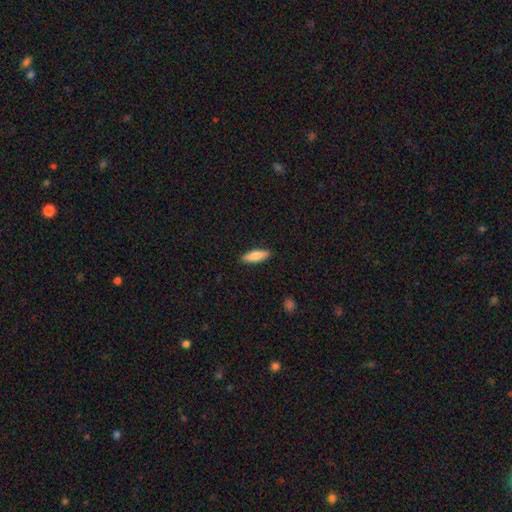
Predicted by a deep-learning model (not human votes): A smooth galaxy with no disk features (77%) that is cigar-shaped (55%).

Vote fractions:
- Smooth or featured? smooth: 77% / featured or disk: 17% / star or artifact: 6%
- How rounded? cigar-shaped: 55% / in between: 43% / round: 2%
- Merging? none: 89% / minor disturbance: 8% / major disturbance: 2% / merger: 1%